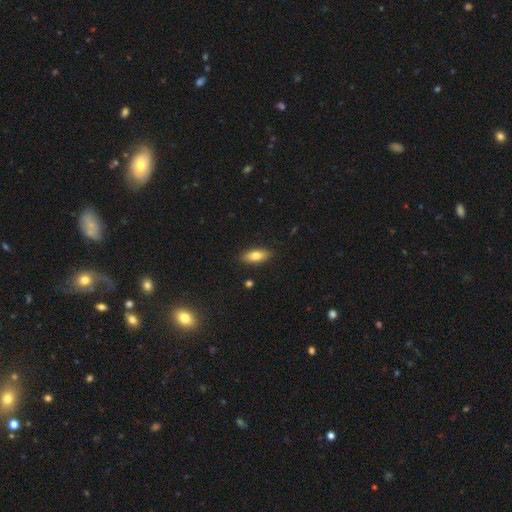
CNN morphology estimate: The model was most divided on "how rounded": in between: 75%, cigar-shaped: 22%, round: 3%. More confident: merging — none (88%); smooth or featured — smooth (73%).